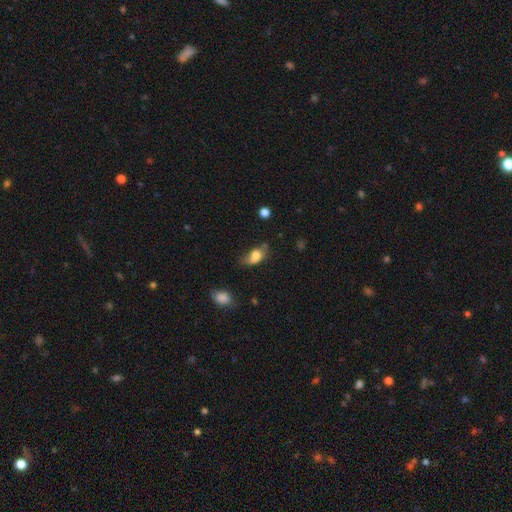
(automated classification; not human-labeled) Morphology: type=smooth (73%); roundness=in between (82%); merging=none (37%, tied with minor disturbance).